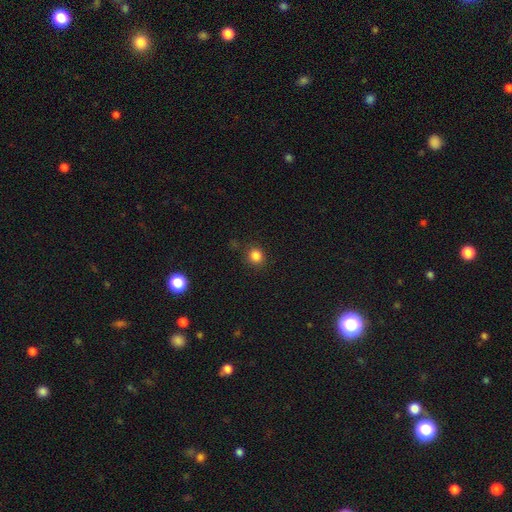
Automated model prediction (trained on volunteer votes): Overall: smooth (84%). How rounded: round (87%). Merging: none (88%).